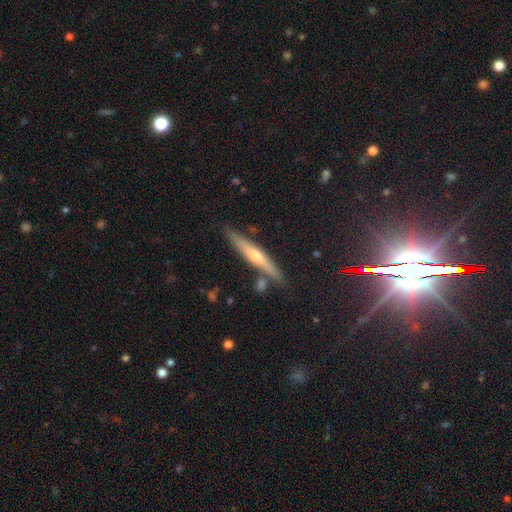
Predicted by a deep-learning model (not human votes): Q: Smooth or featured?
A: featured or disk (57%); runner-up: smooth (34%)
Q: Edge-on disk?
A: yes (95%); runner-up: no (5%)
Q: Edge-on bulge?
A: rounded (77%); runner-up: none (17%)
Q: Merging?
A: none (83%); runner-up: minor disturbance (10%)